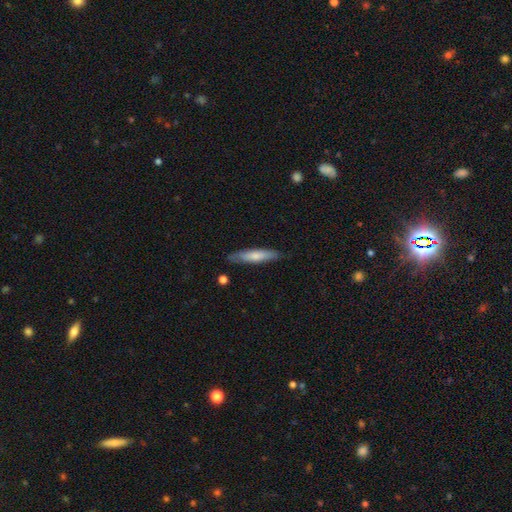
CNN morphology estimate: Smooth or featured? Predicted: smooth (p=0.70). How rounded? Predicted: cigar-shaped (p=0.82). Merging? Predicted: none (p=0.82).